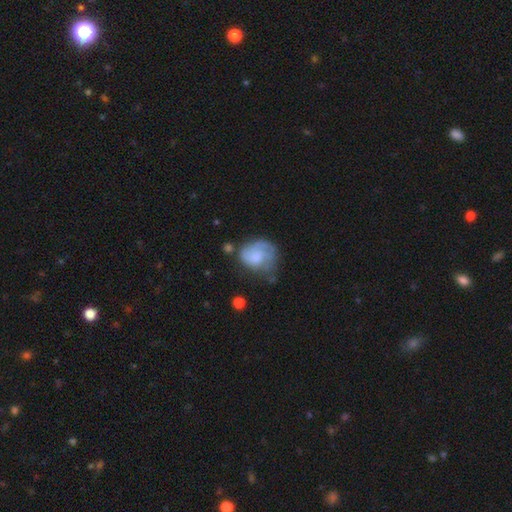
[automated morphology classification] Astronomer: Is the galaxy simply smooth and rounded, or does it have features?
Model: smooth — 50% (runner-up: featured or disk, 43%).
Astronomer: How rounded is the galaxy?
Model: round — 61% (runner-up: in between, 38%).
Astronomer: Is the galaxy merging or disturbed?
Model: none — 38% (runner-up: minor disturbance, 31%).